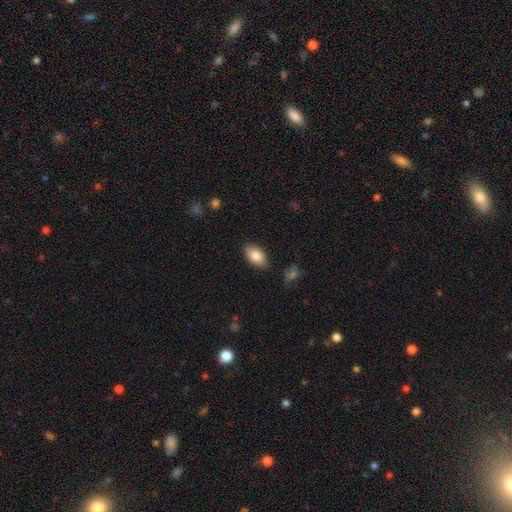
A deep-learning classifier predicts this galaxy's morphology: This is clearly a smooth galaxy (85%). How rounded: clearly in between (93%). Merging: clearly none (86%).